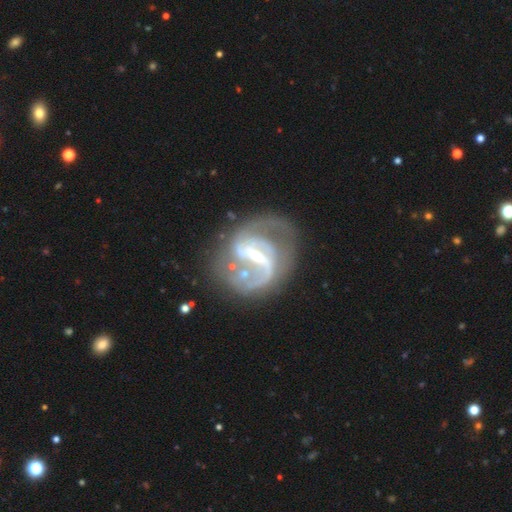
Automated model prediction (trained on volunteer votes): Smooth or featured? Predicted: featured or disk (p=0.90). Edge-on disk? Predicted: no (p=0.98). Bar? Predicted: strong (p=0.56). Spiral arms? Predicted: yes (p=0.96). Spiral winding? Predicted: medium (p=0.52). Spiral arm count? Predicted: 2 (p=0.80). Bulge size? Predicted: small (p=0.59). Merging? Predicted: none (p=0.59).